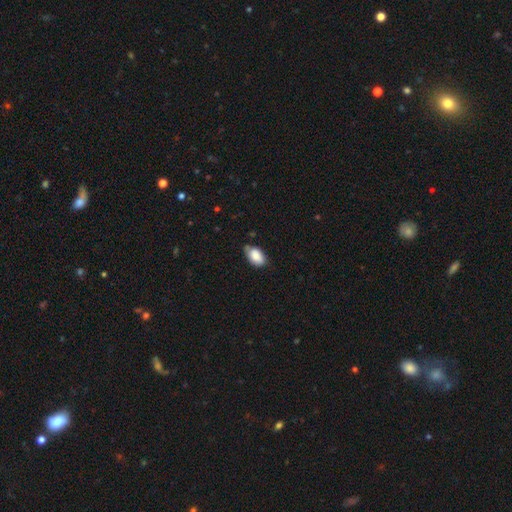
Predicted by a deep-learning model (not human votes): The model was most divided on "merging": none: 69%, minor disturbance: 25%, major disturbance: 4%, merger: 2%. More confident: how rounded — in between (93%); smooth or featured — smooth (87%).